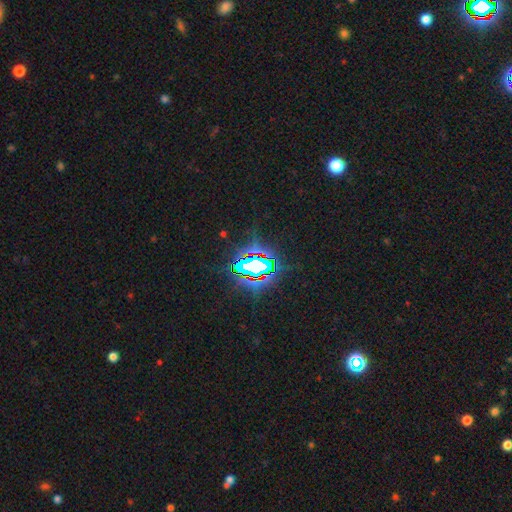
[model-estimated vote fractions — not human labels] This is likely a star or artifact rather than a galaxy (78%).